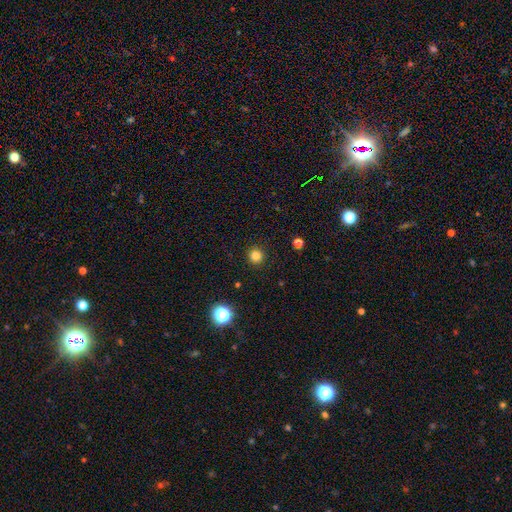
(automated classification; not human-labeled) smooth_or_featured: smooth (p=0.81) [alt: star or artifact p=0.14]
how_rounded: round (p=0.95) [alt: in between p=0.04]
merging: none (p=0.93) [alt: minor disturbance p=0.05]